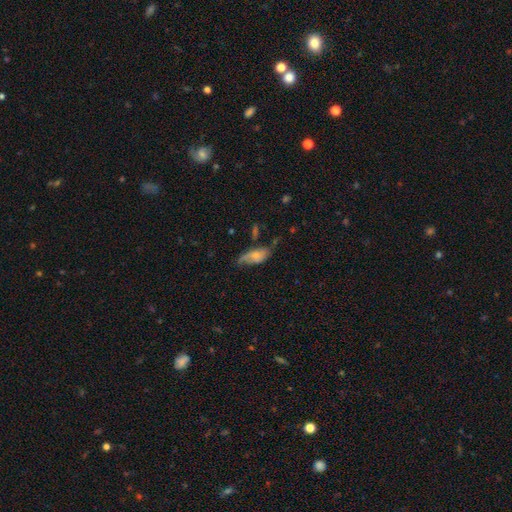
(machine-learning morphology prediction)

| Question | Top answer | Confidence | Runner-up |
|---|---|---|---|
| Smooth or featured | smooth | 54% | featured or disk (39%) |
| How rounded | in between | 88% | cigar-shaped (9%) |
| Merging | none | 42% | minor disturbance (37%) |